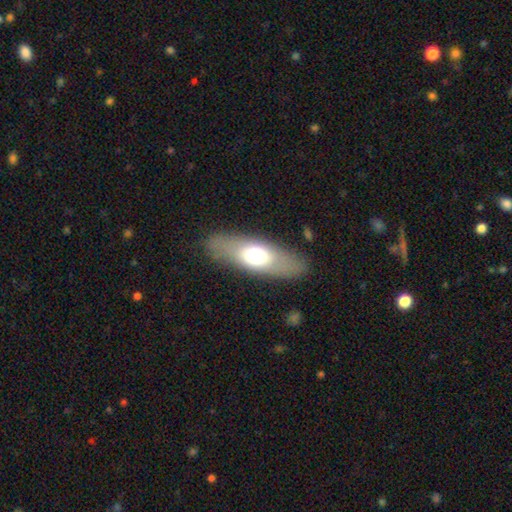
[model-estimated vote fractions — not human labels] A smooth galaxy with no disk features (59%) that is in between round and cigar-shaped (67%).

Vote fractions:
- Smooth or featured? smooth: 59% / featured or disk: 33% / star or artifact: 7%
- How rounded? in between: 67% / cigar-shaped: 29% / round: 4%
- Merging? none: 83% / minor disturbance: 11% / major disturbance: 5% / merger: 1%